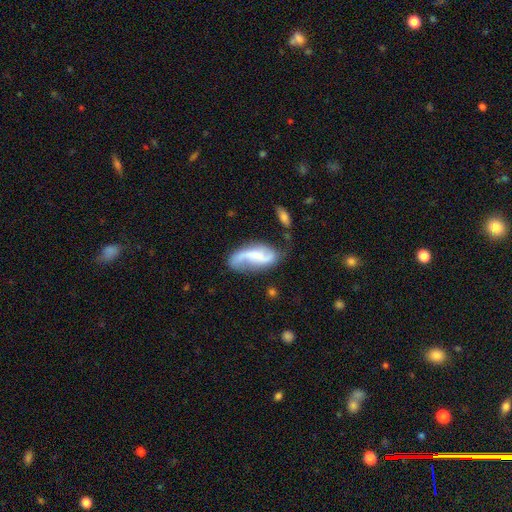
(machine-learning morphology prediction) A featured or disk galaxy (72%) with a weak bar (38%), 2 (82%) loose (69%) spiral arms (92%) and no central bulge (38%). Merging: none (58%).